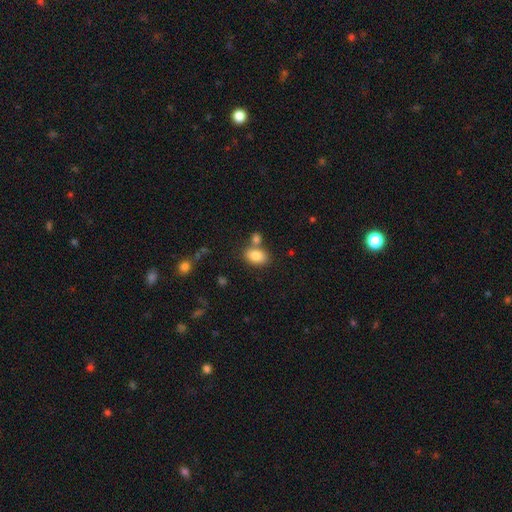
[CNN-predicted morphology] This appears to be a smooth galaxy with no disk features (83%) that is in between round and cigar-shaped (86%). Merging: none (63%).